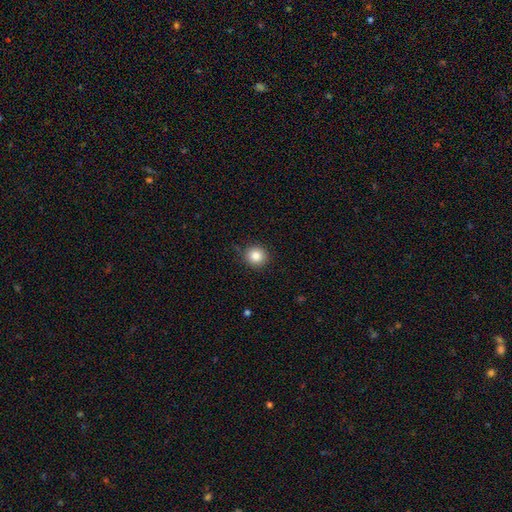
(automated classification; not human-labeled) This is clearly a smooth galaxy (86%). How rounded: clearly round (91%). Merging: clearly none (88%).